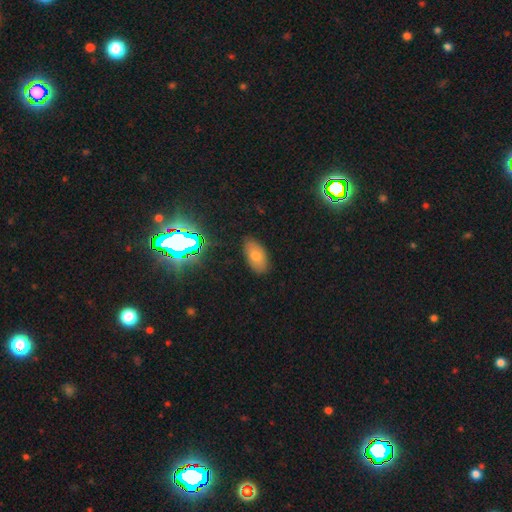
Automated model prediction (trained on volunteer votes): smooth 68%, featured or disk 17%, star or artifact 15%. Down the decision tree: how rounded — in between (93%); merging — none (85%).